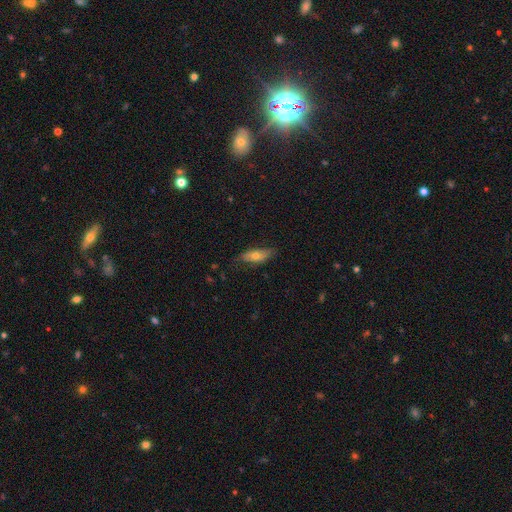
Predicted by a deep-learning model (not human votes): This is likely a smooth galaxy (62%). How rounded: likely in between (69%). Merging: likely none (73%).